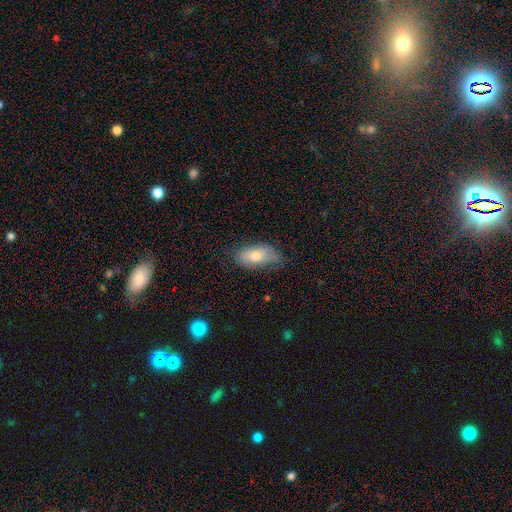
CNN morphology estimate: Q: Smooth or featured?
A: smooth (73%); runner-up: featured or disk (20%)
Q: How rounded?
A: in between (91%); runner-up: cigar-shaped (6%)
Q: Merging?
A: none (59%); runner-up: minor disturbance (31%)